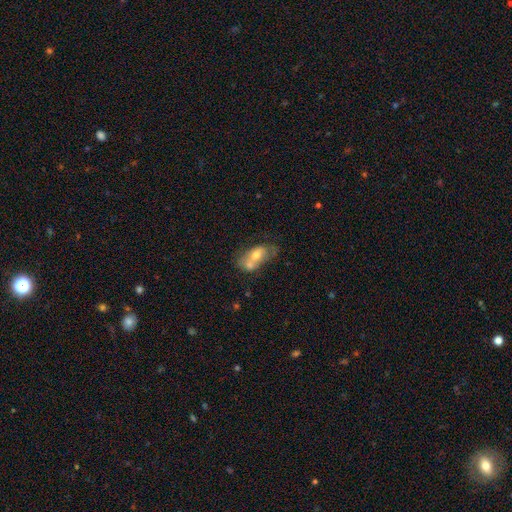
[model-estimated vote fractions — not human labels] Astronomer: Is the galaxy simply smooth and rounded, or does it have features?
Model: smooth — 56% (runner-up: featured or disk, 36%).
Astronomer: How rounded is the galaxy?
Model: in between — 84%.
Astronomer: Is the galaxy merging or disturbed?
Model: merger — 56%.